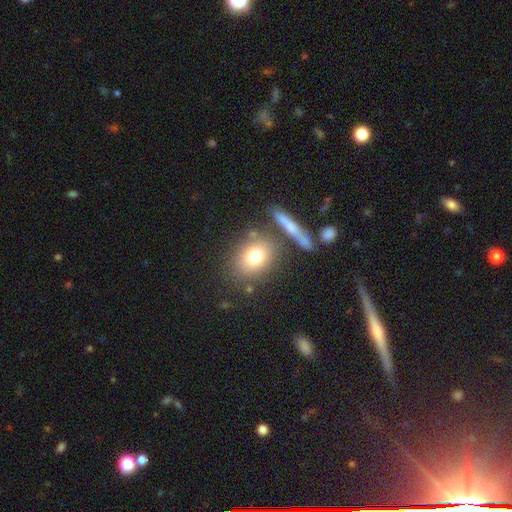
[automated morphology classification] smooth-or-featured: smooth: 70% | featured or disk: 17% | star or artifact: 14%
  how-rounded: round: 50% | in between: 46% | cigar-shaped: 4%
  merging: none: 74% | merger: 11% | minor disturbance: 11% | major disturbance: 4%